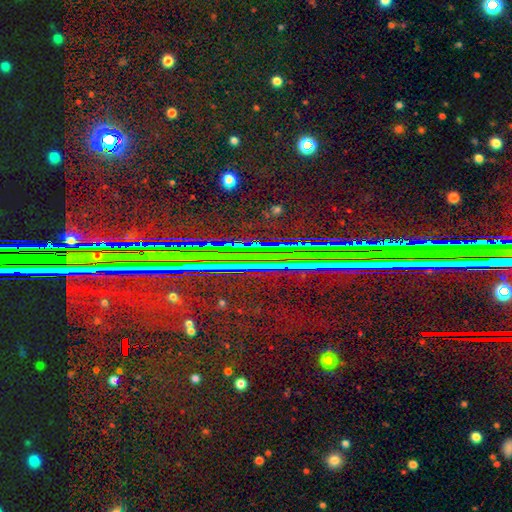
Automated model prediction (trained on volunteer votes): Smooth or featured: star or artifact — 84% (featured or disk — 8%)